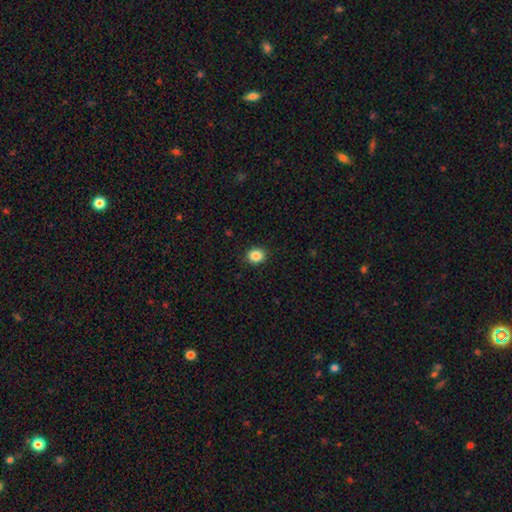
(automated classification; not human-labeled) Smooth or featured? smooth (87%)
How rounded? round (66%)
Merging? none (90%)